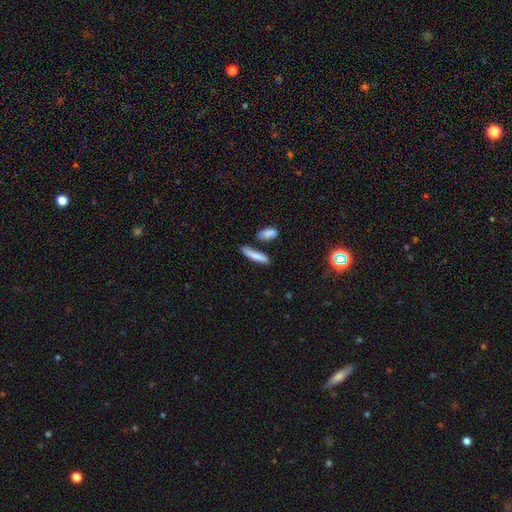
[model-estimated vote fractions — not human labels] This appears to be a smooth galaxy with no disk features (80%) that is cigar-shaped (82%). Merging: none (69%).